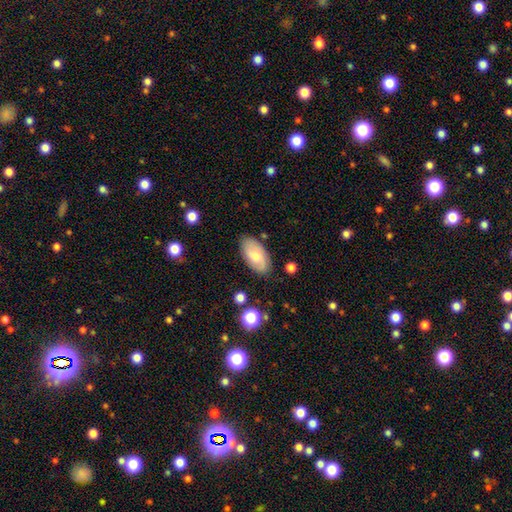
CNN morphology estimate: Smooth or featured?
  - smooth: 61% *
  - featured or disk: 32%
  - star or artifact: 7%
How rounded?
  - in between: 94% *
  - round: 3%
  - cigar-shaped: 3%
Merging?
  - none: 81% *
  - minor disturbance: 14%
  - major disturbance: 3%
  - merger: 2%